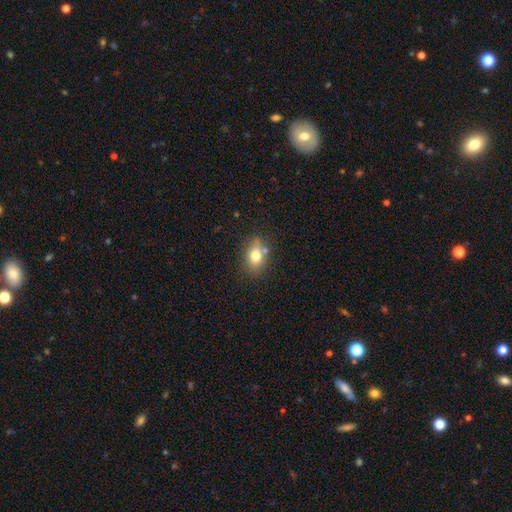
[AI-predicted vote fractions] Overall: smooth (74%). How rounded: in between (68%; round 29%). Merging: none (66%).